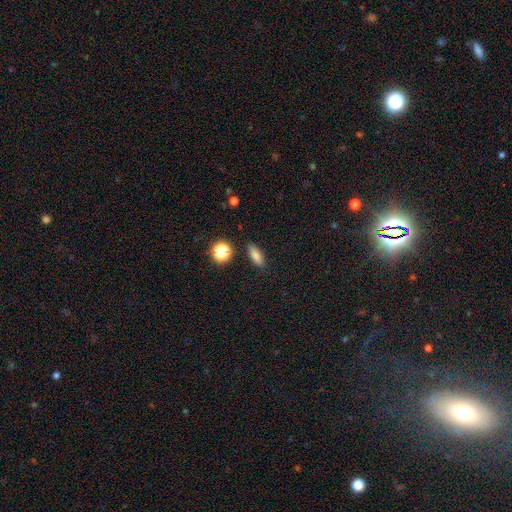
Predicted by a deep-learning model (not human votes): A smooth galaxy with no disk features (79%) that is in between round and cigar-shaped (60%).

Vote fractions:
- Smooth or featured? smooth: 79% / star or artifact: 12% / featured or disk: 9%
- How rounded? in between: 60% / cigar-shaped: 32% / round: 8%
- Merging? none: 86% / minor disturbance: 9% / major disturbance: 2% / merger: 2%